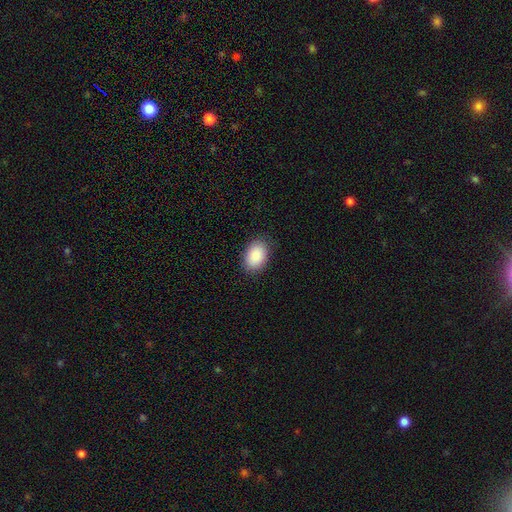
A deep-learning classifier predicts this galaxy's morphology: Smooth or featured: smooth — 90% (star or artifact — 7%)
How rounded: in between — 87% (round — 12%)
Merging: none — 86% (minor disturbance — 10%)